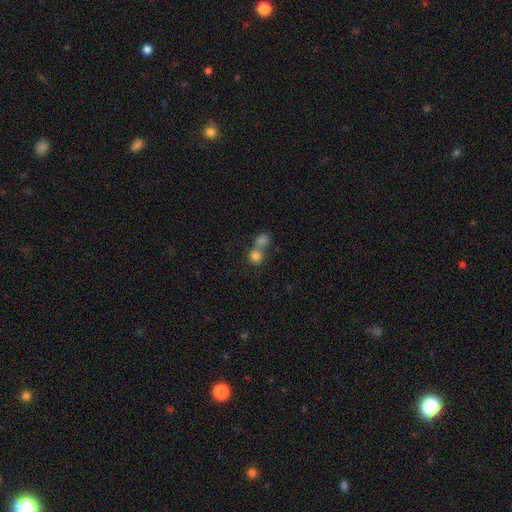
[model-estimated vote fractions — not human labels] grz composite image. It shows a smooth galaxy with no disk features (80%) that is round (84%). Merging: merger (56%).